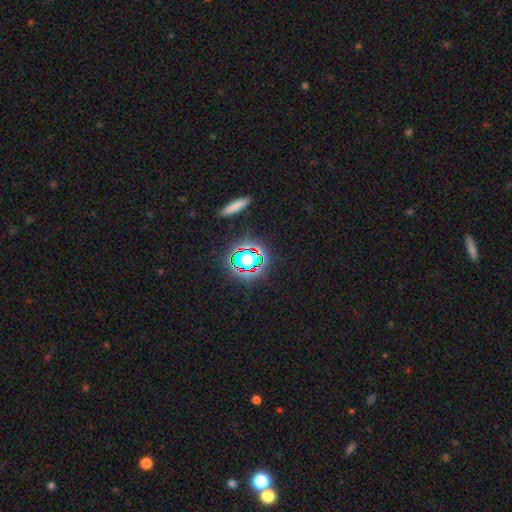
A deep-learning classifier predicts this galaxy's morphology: Smooth or featured: star or artifact — 59% (smooth — 28%)